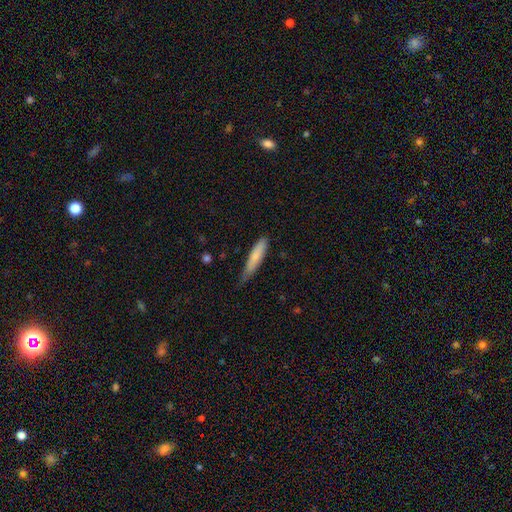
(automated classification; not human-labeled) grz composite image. It shows a smooth galaxy with no disk features (76%) that is cigar-shaped (86%). Merging: none (58%).